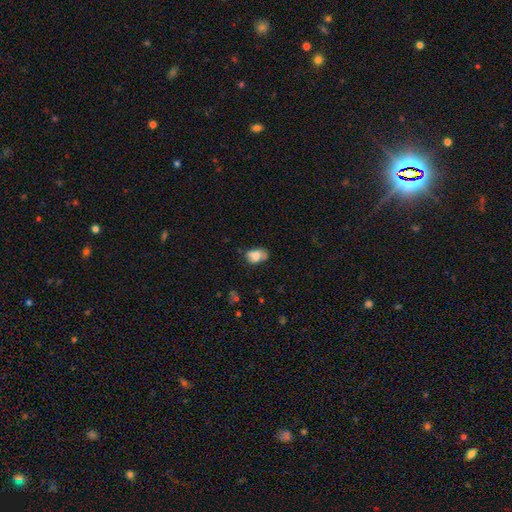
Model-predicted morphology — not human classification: This appears to be a smooth galaxy with no disk features (68%) that is in between round and cigar-shaped (83%). Merging: none (47%).